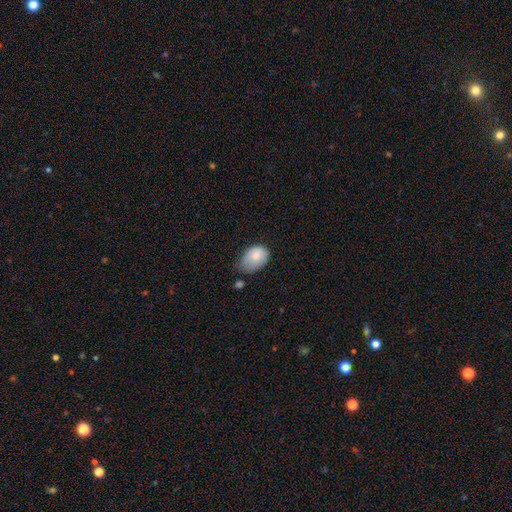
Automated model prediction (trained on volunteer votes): The model was most divided on "merging": minor disturbance: 47%, none: 36%, major disturbance: 12%, merger: 4%. More confident: smooth or featured — smooth (82%); how rounded — in between (76%).